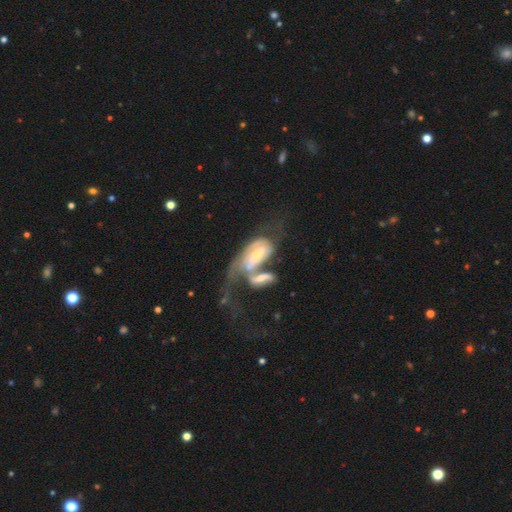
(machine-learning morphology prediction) This is likely a featured or disk galaxy (68%). It is clearly not viewed edge-on (92%). Bar: possibly no (52%). Spiral arm pattern: likely yes (75%). Central bulge: possibly small (52%). Merging: likely merger (61%).